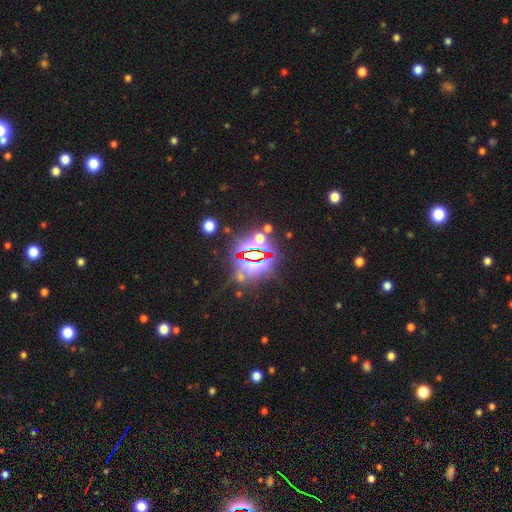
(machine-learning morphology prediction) This is likely a star or artifact rather than a galaxy (79%).